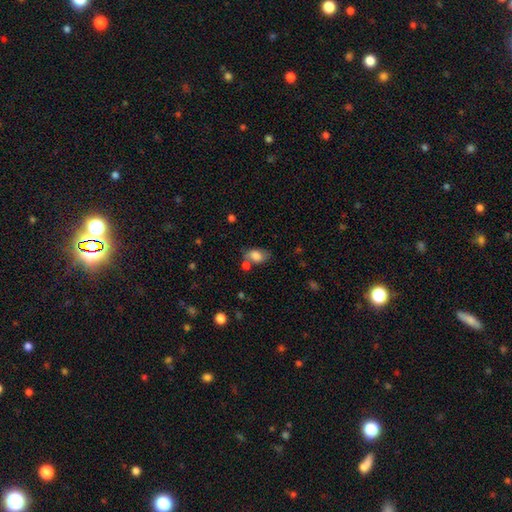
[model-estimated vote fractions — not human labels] The model was most divided on "merging": none: 52%, minor disturbance: 21%, merger: 20%, major disturbance: 7%. More confident: how rounded — in between (87%); smooth or featured — smooth (76%).